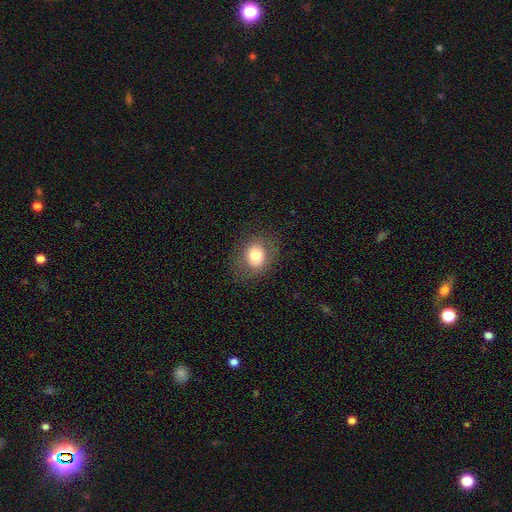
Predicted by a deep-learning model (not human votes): Overall: smooth (76%). How rounded: round (60%; in between 39%). Merging: none (82%).